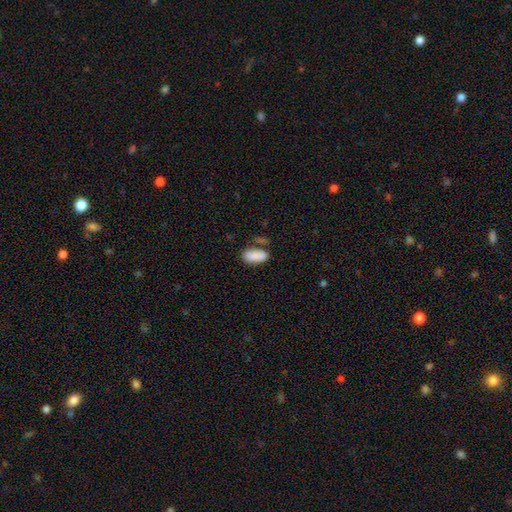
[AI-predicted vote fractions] This is clearly a smooth galaxy (85%). How rounded: clearly in between (88%). Merging: likely none (62%).